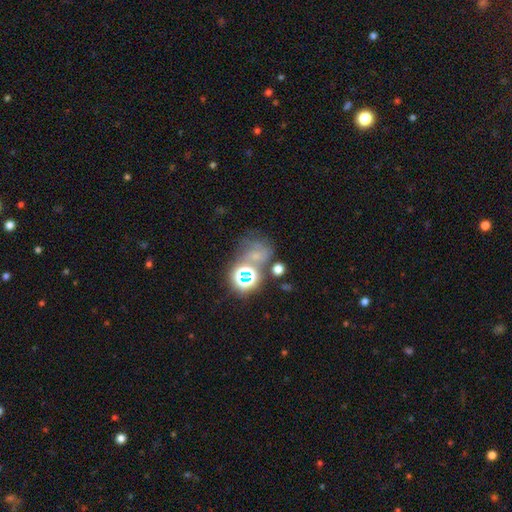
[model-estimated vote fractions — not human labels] smooth 42%, star or artifact 37%, featured or disk 21%. Down the decision tree: merging — none (42%).